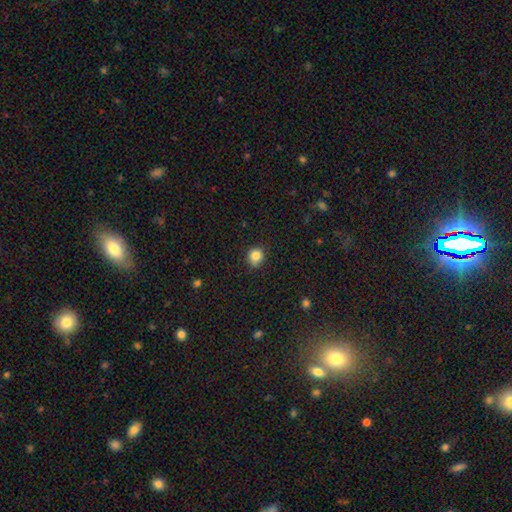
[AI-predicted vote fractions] A smooth galaxy with no disk features (84%) that is round (83%). Merging: none (81%).